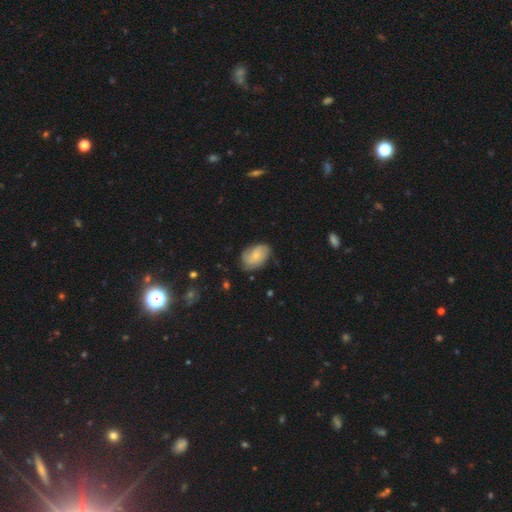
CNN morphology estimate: type=smooth (48%); merging=none (67%).